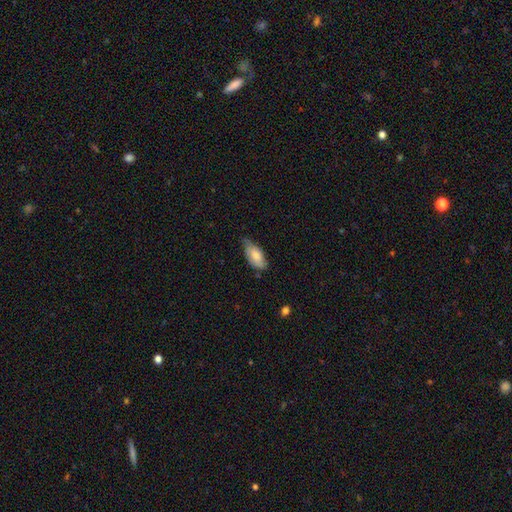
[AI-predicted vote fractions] Overall: smooth (73%). How rounded: in between (88%). Merging: none (50%; minor disturbance 40%).